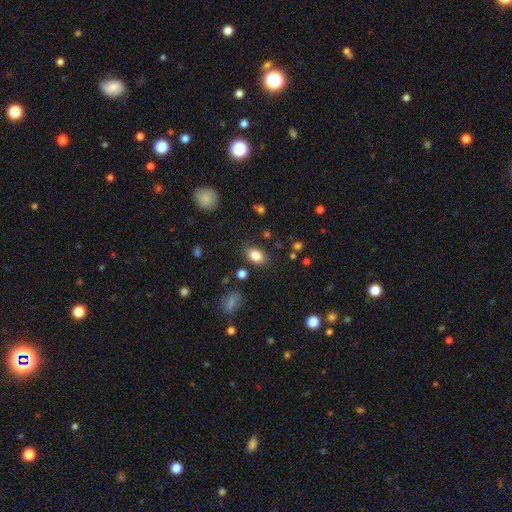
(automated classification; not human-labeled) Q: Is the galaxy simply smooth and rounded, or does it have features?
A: smooth — 83%.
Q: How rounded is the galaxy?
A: in between — 87%.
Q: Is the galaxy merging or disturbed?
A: none — 83%.